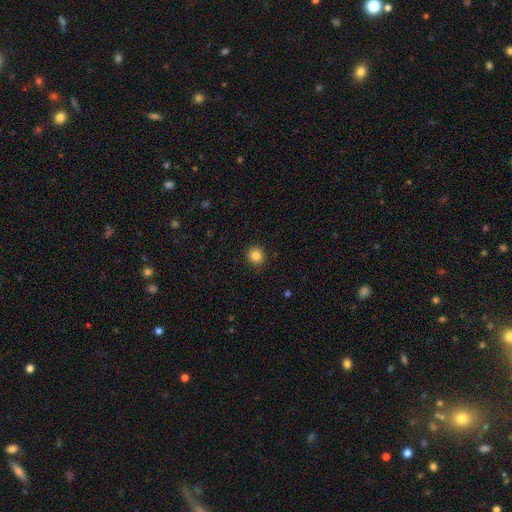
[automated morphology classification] smooth_or_featured: smooth (p=0.83) [alt: star or artifact p=0.11]
how_rounded: round (p=0.92) [alt: in between p=0.07]
merging: none (p=0.91) [alt: minor disturbance p=0.06]